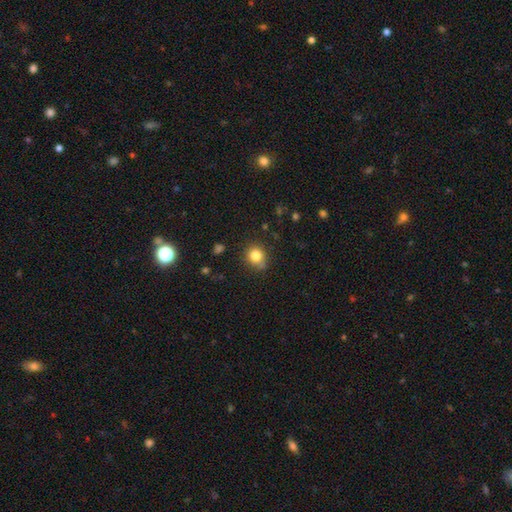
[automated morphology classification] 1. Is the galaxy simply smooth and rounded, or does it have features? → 82% smooth, 11% star or artifact, 7% featured or disk.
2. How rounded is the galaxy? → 81% round, 18% in between, 1% cigar-shaped.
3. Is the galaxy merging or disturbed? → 73% none, 18% minor disturbance, 4% major disturbance, 4% merger.